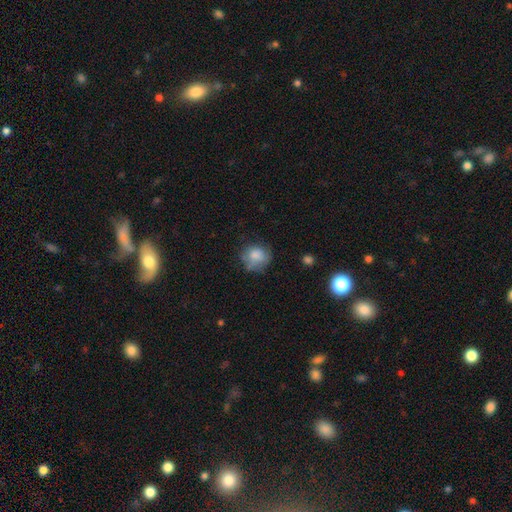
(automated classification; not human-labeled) Overall: smooth (78%). How rounded: round (78%). Merging: none (60%; minor disturbance 27%).